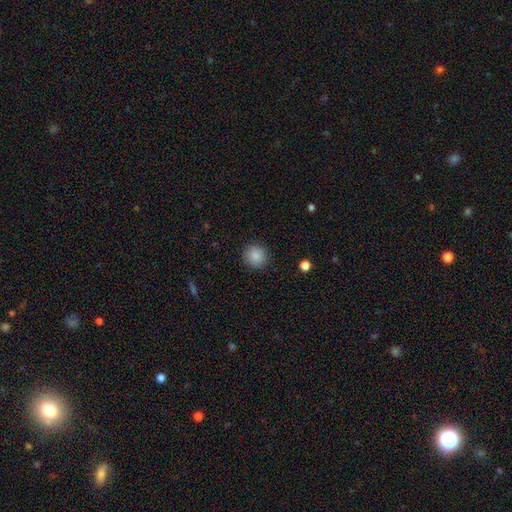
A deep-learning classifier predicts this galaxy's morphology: Overall: smooth (87%). How rounded: round (91%). Merging: none (89%).